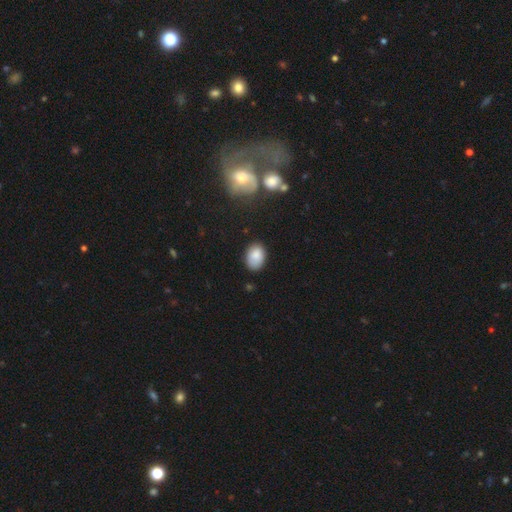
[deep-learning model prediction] Smooth or featured? Predicted: smooth (p=0.84). How rounded? Predicted: in between (p=0.80). Merging? Predicted: none (p=0.75).